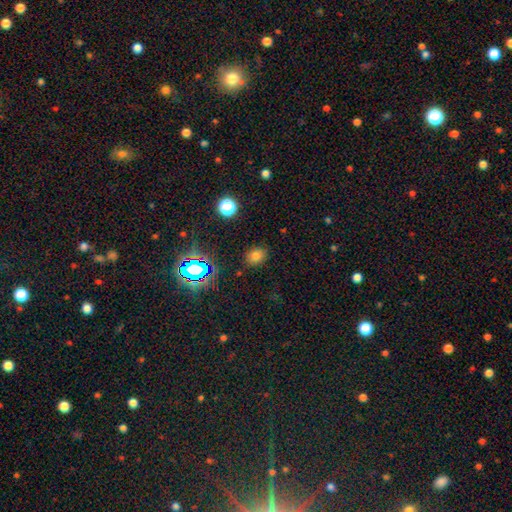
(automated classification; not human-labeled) smooth_or_featured: smooth (p=0.72) [alt: star or artifact p=0.21]
how_rounded: in between (p=0.52) [alt: round p=0.47]
merging: none (p=0.84) [alt: minor disturbance p=0.11]